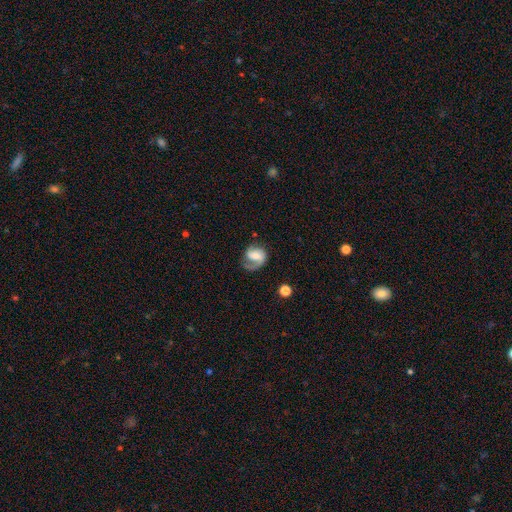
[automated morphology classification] A featured or disk galaxy (68%) with a weak bar (44%), 1 (56%) medium (43%) spiral arms (91%) and a moderate central bulge (34%, tied with small). Merging: none (50%).